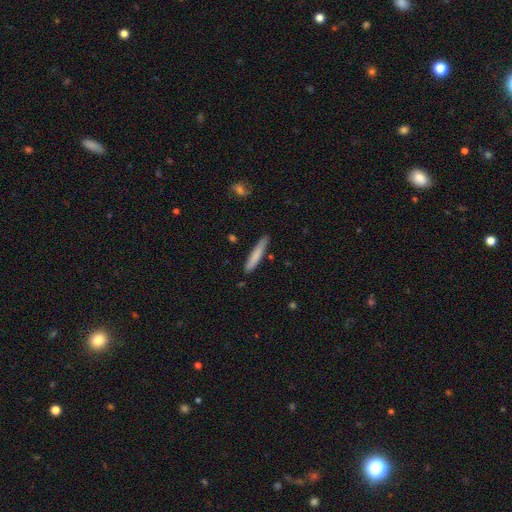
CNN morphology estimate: smooth-or-featured: smooth: 77% | featured or disk: 18% | star or artifact: 6%
  how-rounded: cigar-shaped: 93% | in between: 6% | round: 1%
  merging: none: 82% | minor disturbance: 14% | major disturbance: 2% | merger: 2%